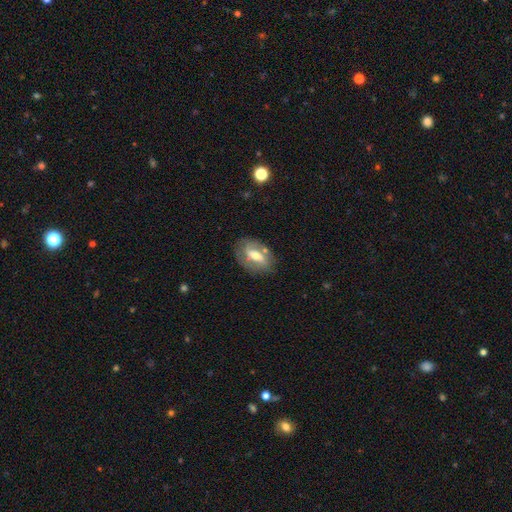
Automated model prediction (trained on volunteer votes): featured or disk 56%, smooth 36%, star or artifact 7%. Down the decision tree: edge-on disk — no (86%); merging — none (70%).